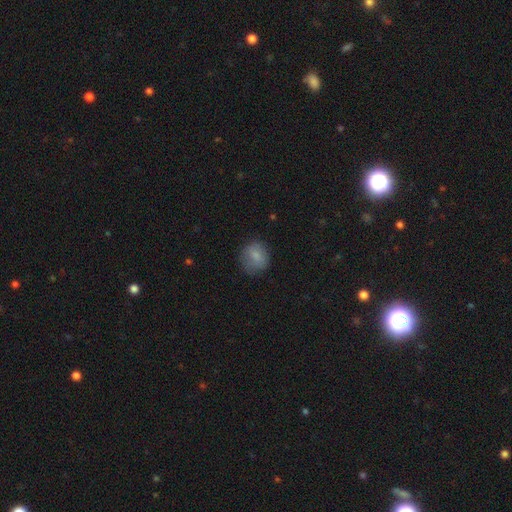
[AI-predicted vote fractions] A smooth galaxy with no disk features (80%) that is round (75%). Merging: none (69%).